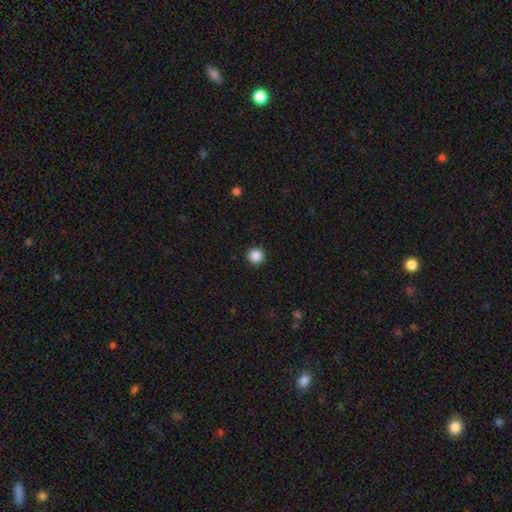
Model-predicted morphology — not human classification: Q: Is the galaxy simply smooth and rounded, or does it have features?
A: smooth — 88%.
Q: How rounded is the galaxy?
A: round — 96%.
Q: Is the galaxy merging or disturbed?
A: none — 93%.